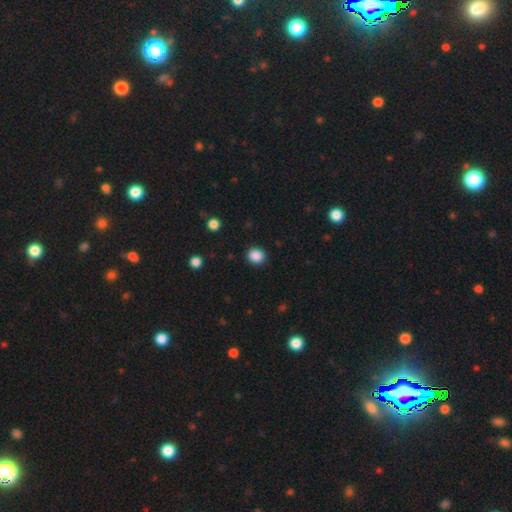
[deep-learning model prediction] smooth-or-featured: smooth: 87% | star or artifact: 10% | featured or disk: 3%
  how-rounded: round: 77% | in between: 23% | cigar-shaped: 1%
  merging: none: 90% | minor disturbance: 7% | major disturbance: 2% | merger: 1%